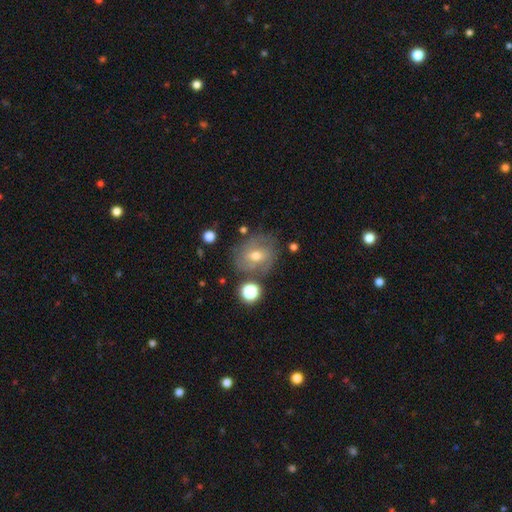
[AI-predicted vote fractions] A smooth galaxy with no disk features (46%). Merging: none (66%).